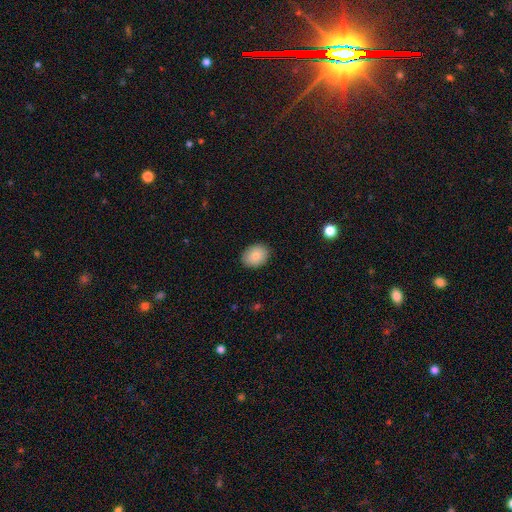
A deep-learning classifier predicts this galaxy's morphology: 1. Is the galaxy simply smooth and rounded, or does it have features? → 86% smooth, 7% star or artifact, 6% featured or disk.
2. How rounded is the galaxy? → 65% in between, 34% round, 1% cigar-shaped.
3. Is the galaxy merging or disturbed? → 89% none, 8% minor disturbance, 2% major disturbance, 1% merger.